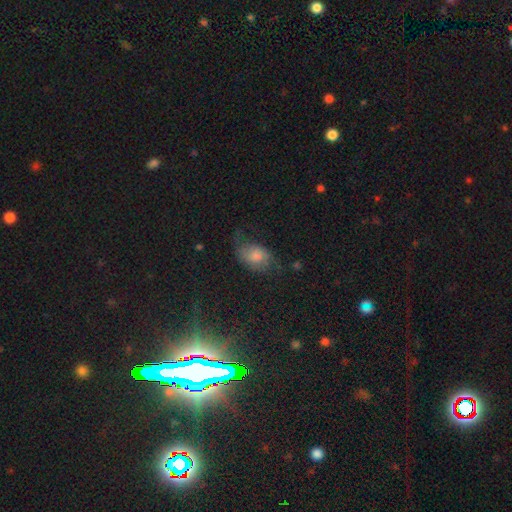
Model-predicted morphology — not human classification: A smooth galaxy with no disk features (45%). Merging: none (55%).